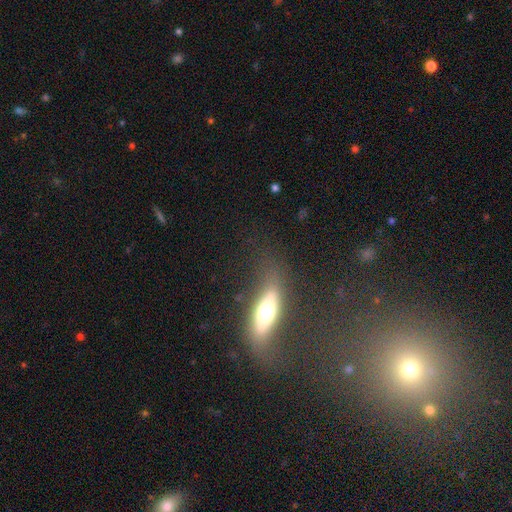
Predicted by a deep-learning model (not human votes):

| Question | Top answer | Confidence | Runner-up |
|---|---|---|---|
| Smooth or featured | featured or disk | 59% | smooth (27%) |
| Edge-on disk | yes | 51% | no (49%) |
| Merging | none | 51% | minor disturbance (21%) |